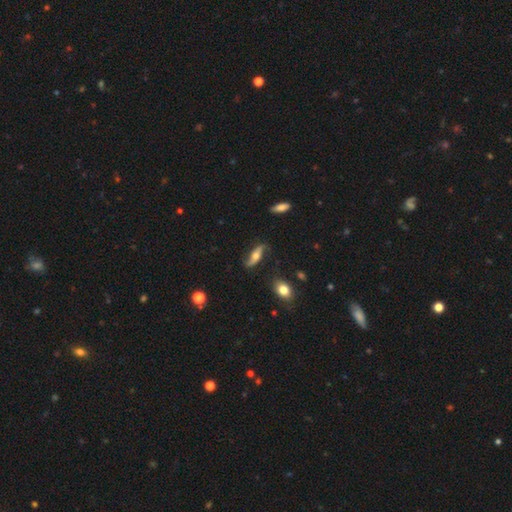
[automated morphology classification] type=featured or disk (69%); edge-on=no (76%); bar=no (55%); spiral arms=yes (90%); bulge=moderate (58%); merging=none (73%).